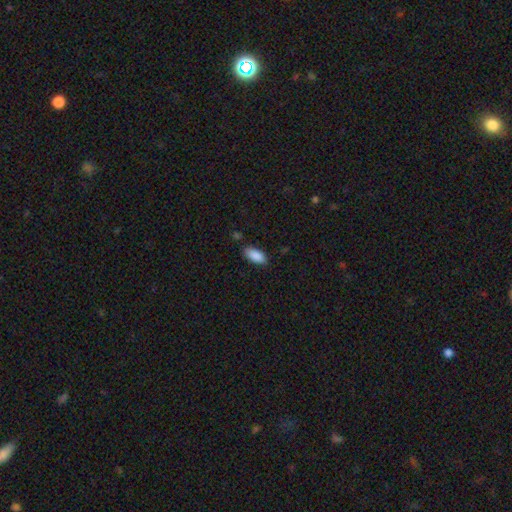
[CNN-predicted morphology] type=smooth (89%); roundness=in between (88%); merging=none (82%).